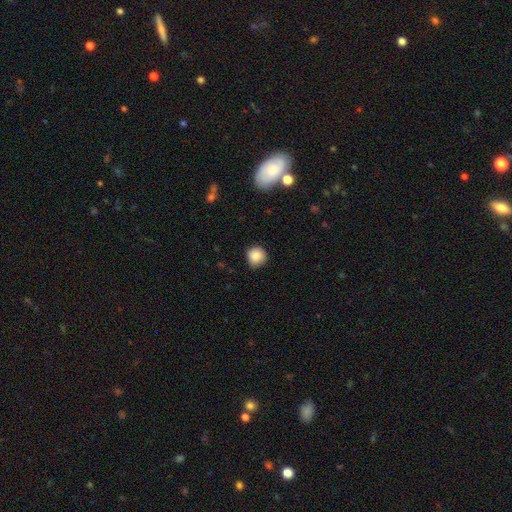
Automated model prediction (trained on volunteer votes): Q: Smooth or featured?
A: smooth (86%); runner-up: star or artifact (9%)
Q: How rounded?
A: round (92%); runner-up: in between (7%)
Q: Merging?
A: none (82%); runner-up: minor disturbance (14%)